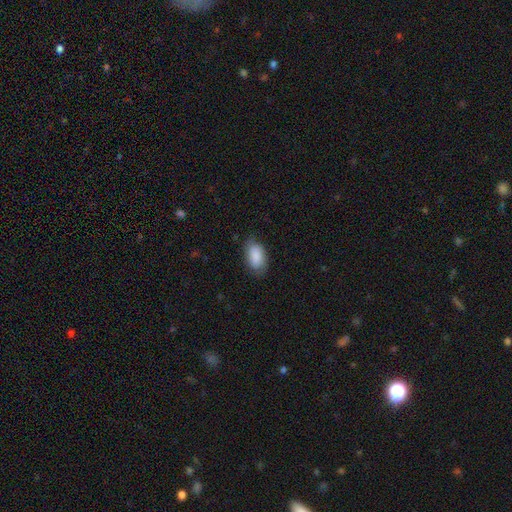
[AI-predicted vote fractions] Overall: smooth (88%). How rounded: in between (94%). Merging: none (77%).